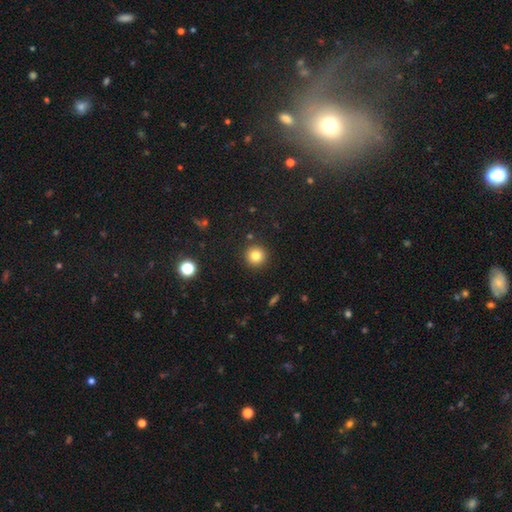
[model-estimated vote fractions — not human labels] The model was most divided on "smooth or featured": smooth: 81%, star or artifact: 12%, featured or disk: 7%. More confident: how rounded — round (95%); merging — none (91%).